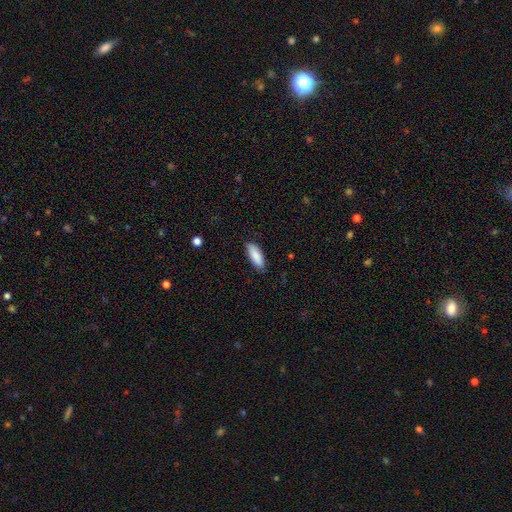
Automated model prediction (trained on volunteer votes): A smooth galaxy with no disk features (88%) that is in between round and cigar-shaped (73%).

Vote fractions:
- Smooth or featured? smooth: 88% / featured or disk: 6% / star or artifact: 6%
- How rounded? in between: 73% / cigar-shaped: 26% / round: 2%
- Merging? none: 84% / minor disturbance: 12% / major disturbance: 2% / merger: 1%